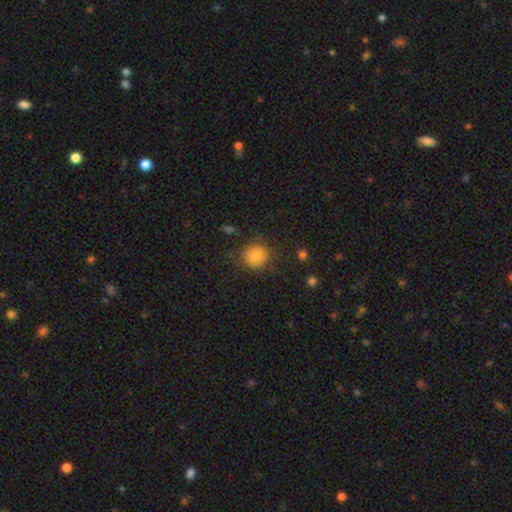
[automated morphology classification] The model was most divided on "smooth or featured": smooth: 80%, star or artifact: 11%, featured or disk: 9%. More confident: how rounded — round (89%); merging — none (82%).